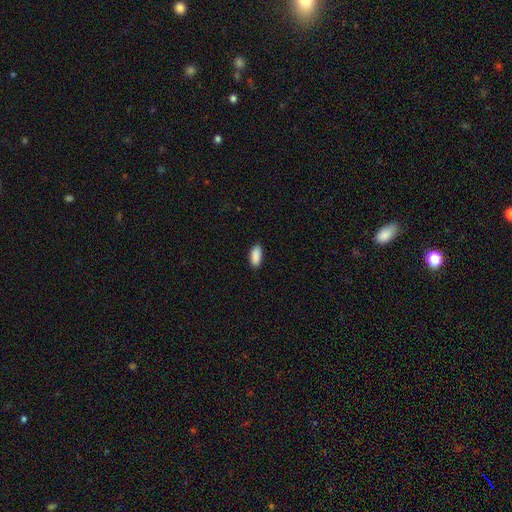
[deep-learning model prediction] Q: Smooth or featured?
A: smooth (91%); runner-up: star or artifact (6%)
Q: How rounded?
A: in between (89%); runner-up: cigar-shaped (10%)
Q: Merging?
A: none (88%); runner-up: minor disturbance (9%)